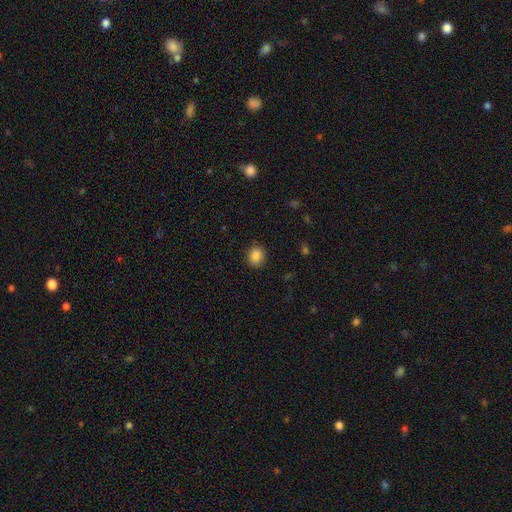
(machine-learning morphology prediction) smooth-or-featured: smooth: 87% | star or artifact: 9% | featured or disk: 4%
  how-rounded: round: 69% | in between: 30% | cigar-shaped: 1%
  merging: none: 88% | minor disturbance: 9% | major disturbance: 2% | merger: 1%